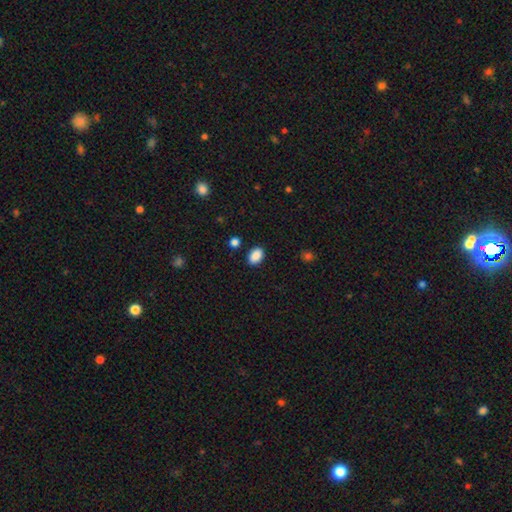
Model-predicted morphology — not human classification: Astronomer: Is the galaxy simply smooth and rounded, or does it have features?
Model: smooth — 89%.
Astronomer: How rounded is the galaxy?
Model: in between — 87%.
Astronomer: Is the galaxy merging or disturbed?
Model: none — 87%.